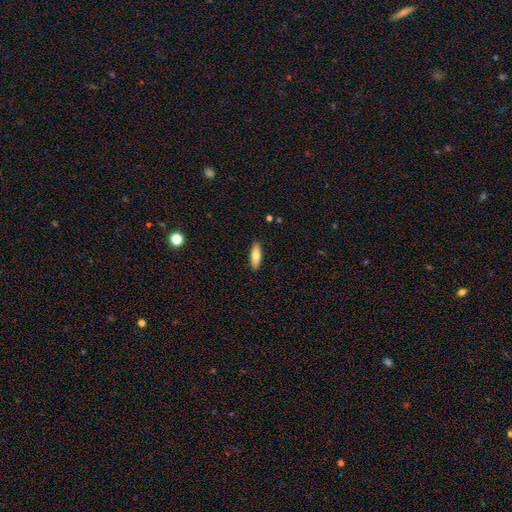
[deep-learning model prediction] Overall: smooth (76%). How rounded: in between (62%; cigar-shaped 36%). Merging: none (89%).